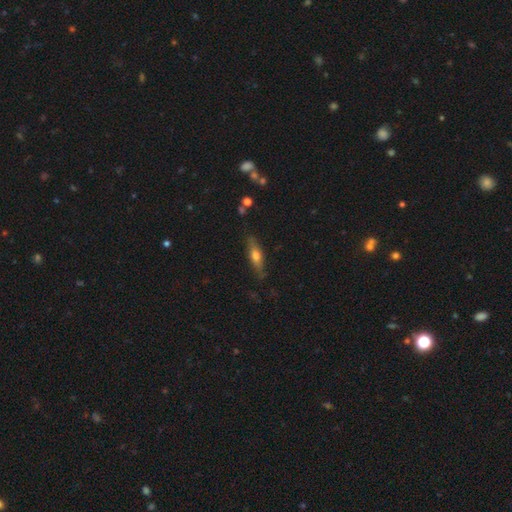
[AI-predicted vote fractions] smooth 52%, featured or disk 41%, star or artifact 7%. Down the decision tree: how rounded — cigar-shaped (60%); merging — none (80%).